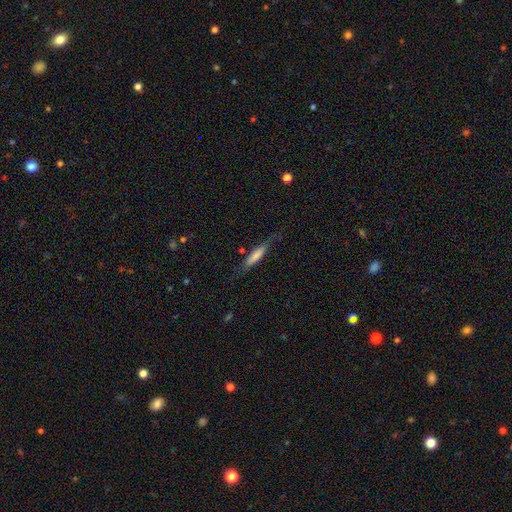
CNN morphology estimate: This appears to be a smooth galaxy with no disk features (64%) that is cigar-shaped (80%). Merging: none (68%).